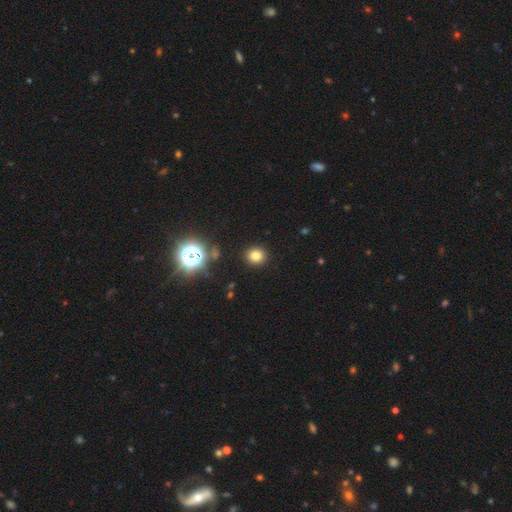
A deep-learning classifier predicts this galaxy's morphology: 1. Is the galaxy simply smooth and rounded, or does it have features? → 78% smooth, 16% star or artifact, 6% featured or disk.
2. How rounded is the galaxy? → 86% round, 13% in between, 1% cigar-shaped.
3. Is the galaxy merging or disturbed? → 91% none, 5% minor disturbance, 2% major disturbance, 1% merger.